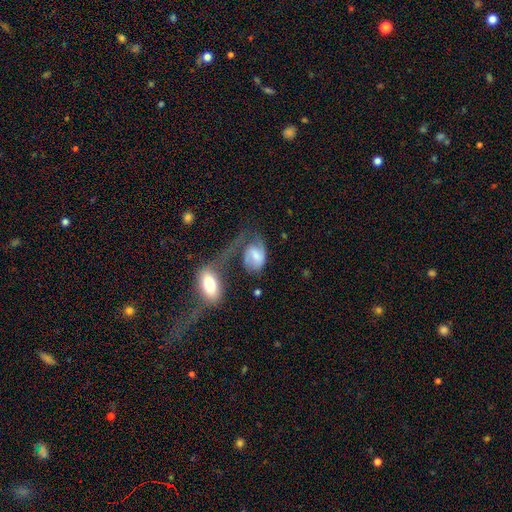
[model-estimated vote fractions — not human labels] featured or disk 54%, smooth 38%, star or artifact 8%. Down the decision tree: edge-on disk — no (96%); bar — weak (45%); spiral arms — yes (82%); bulge size — small (41%); merging — merger (31%).